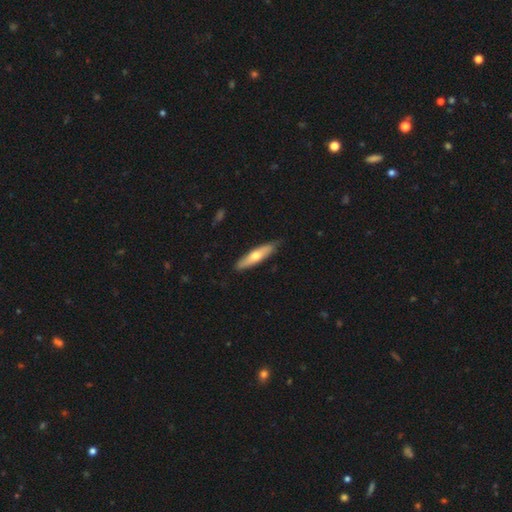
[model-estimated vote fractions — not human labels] Smooth or featured: smooth — 58% (featured or disk — 37%)
How rounded: cigar-shaped — 74% (in between — 24%)
Merging: none — 83% (minor disturbance — 14%)